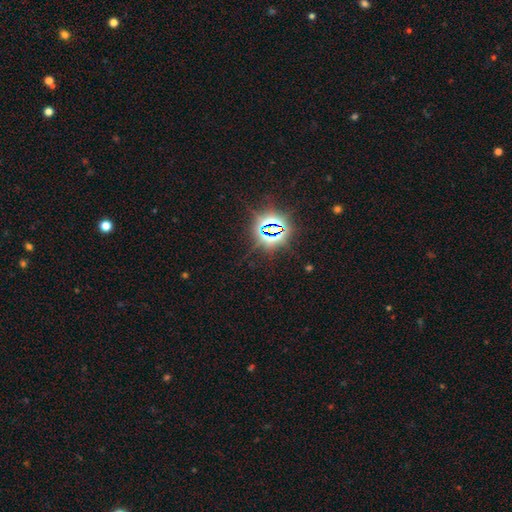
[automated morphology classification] Q: Smooth or featured?
A: star or artifact (82%); runner-up: smooth (12%)